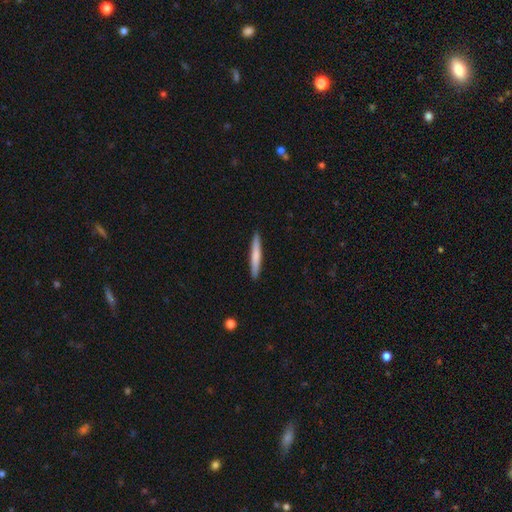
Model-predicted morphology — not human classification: smooth-or-featured: smooth: 69% | featured or disk: 26% | star or artifact: 5%
  how-rounded: cigar-shaped: 96% | in between: 3% | round: 1%
  merging: none: 92% | minor disturbance: 6% | major disturbance: 1% | merger: 1%